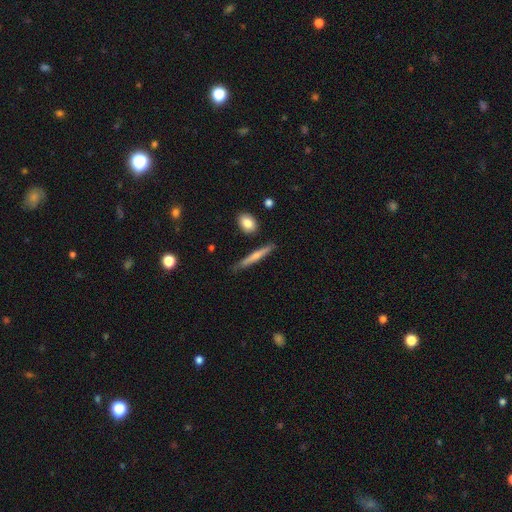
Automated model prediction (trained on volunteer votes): Overall: smooth (60%; featured or disk 34%). How rounded: cigar-shaped (93%). Merging: none (83%).